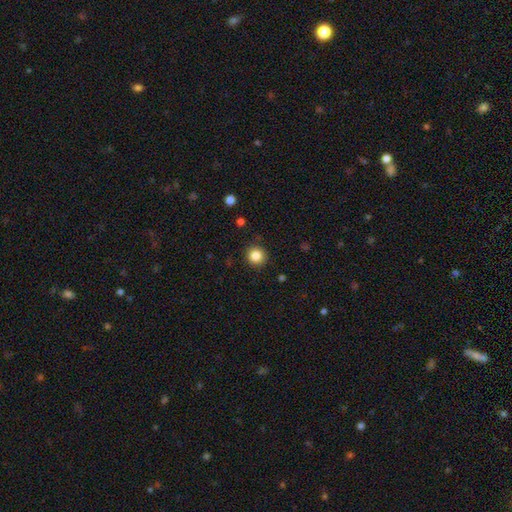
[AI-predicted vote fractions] A smooth galaxy with no disk features (85%) that is round (94%).

Vote fractions:
- Smooth or featured? smooth: 85% / star or artifact: 11% / featured or disk: 4%
- How rounded? round: 94% / in between: 5% / cigar-shaped: 1%
- Merging? none: 91% / minor disturbance: 6% / major disturbance: 2% / merger: 1%